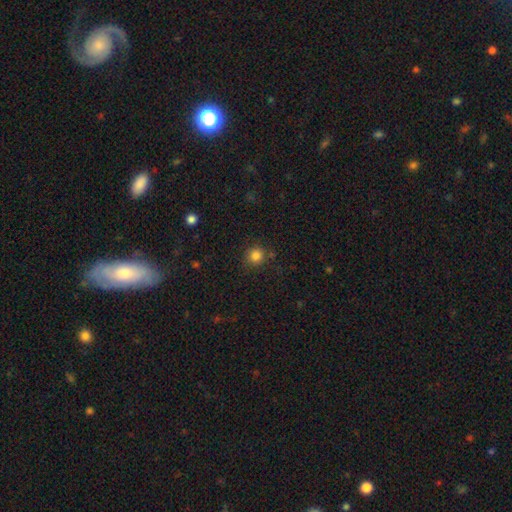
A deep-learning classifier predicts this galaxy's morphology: This is clearly a smooth galaxy (83%). How rounded: clearly round (93%). Merging: clearly none (84%).